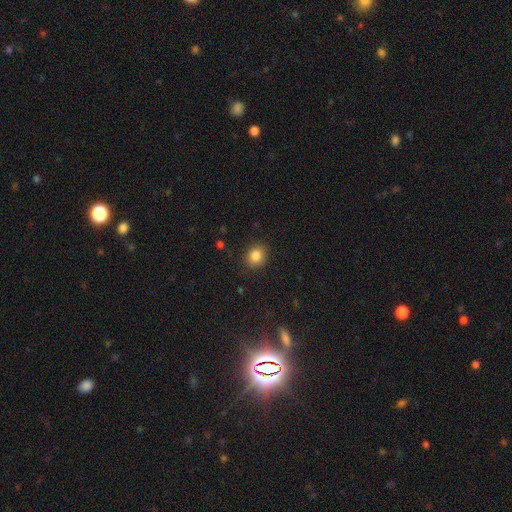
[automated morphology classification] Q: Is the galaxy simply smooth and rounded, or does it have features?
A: smooth — 84%.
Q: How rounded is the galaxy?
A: round — 73%.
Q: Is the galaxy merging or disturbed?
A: none — 89%.